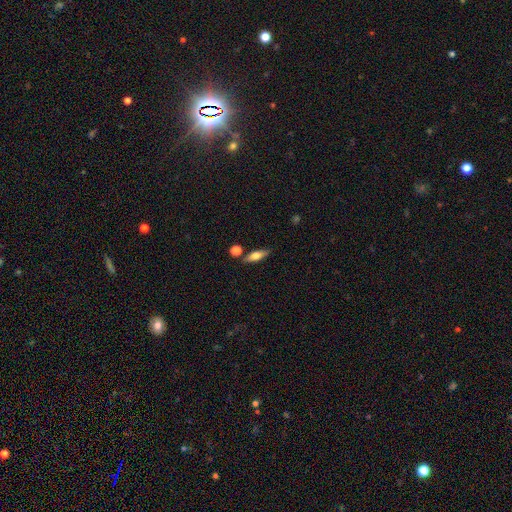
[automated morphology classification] type=smooth (60%); roundness=in between (51%); merging=none (78%).